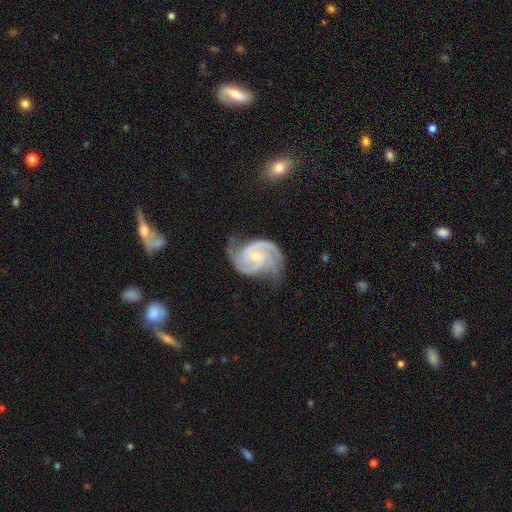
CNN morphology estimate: smooth_or_featured: featured or disk (p=0.92) [alt: smooth p=0.04]
disk_edge_on: no (p=0.98) [alt: yes p=0.02]
bar: no (p=0.62) [alt: weak p=0.30]
has_spiral_arms: yes (p=0.98) [alt: no p=0.02]
spiral_winding: medium (p=0.51) [alt: tight p=0.37]
spiral_arm_count: 2 (p=0.52) [alt: 3 p=0.31]
bulge_size: small (p=0.63) [alt: moderate p=0.34]
merging: none (p=0.63) [alt: minor disturbance p=0.25]